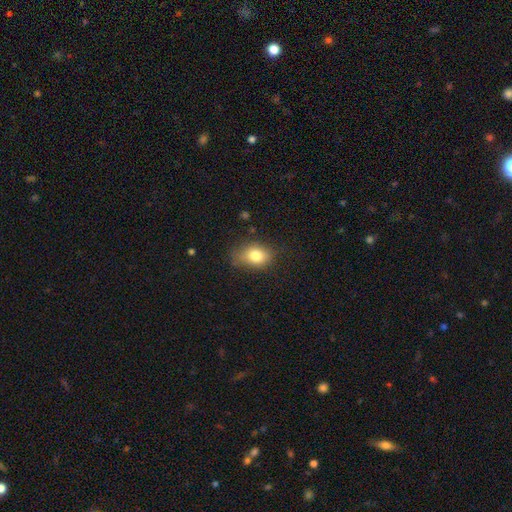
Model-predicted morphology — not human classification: smooth_or_featured: smooth (p=0.79) [alt: featured or disk p=0.11]
how_rounded: in between (p=0.71) [alt: round p=0.28]
merging: none (p=0.67) [alt: minor disturbance p=0.24]